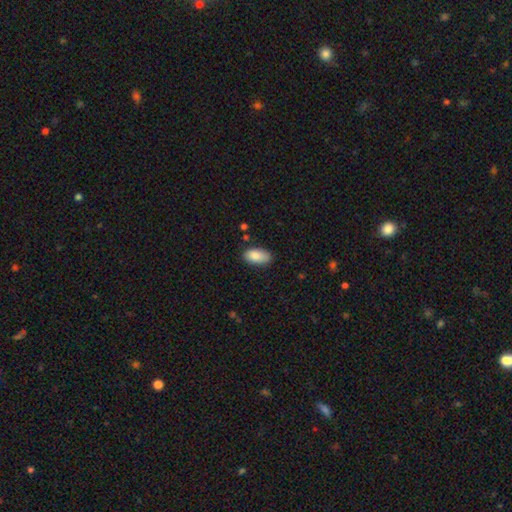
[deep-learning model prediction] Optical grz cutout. It shows a smooth galaxy with no disk features (87%) that is in between round and cigar-shaped (93%). Merging: none (76%).